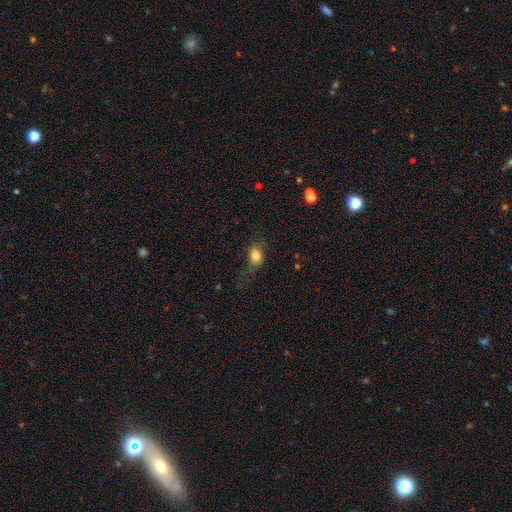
A smooth galaxy with no disk features (95%) that is in between round and cigar-shaped (56%). Merging: none (39%).